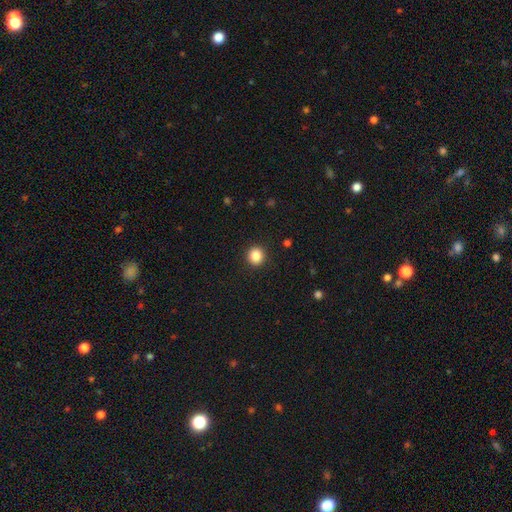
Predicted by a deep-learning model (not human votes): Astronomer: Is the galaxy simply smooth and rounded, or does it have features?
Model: smooth — 86%.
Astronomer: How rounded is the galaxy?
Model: round — 91%.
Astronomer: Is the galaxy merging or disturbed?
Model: none — 92%.